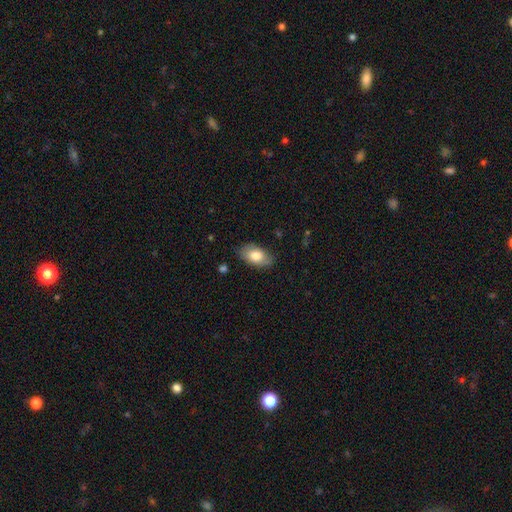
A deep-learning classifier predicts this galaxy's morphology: A smooth galaxy with no disk features (77%) that is in between round and cigar-shaped (93%).

Vote fractions:
- Smooth or featured? smooth: 77% / featured or disk: 16% / star or artifact: 7%
- How rounded? in between: 93% / round: 5% / cigar-shaped: 2%
- Merging? none: 77% / minor disturbance: 18% / major disturbance: 3% / merger: 1%